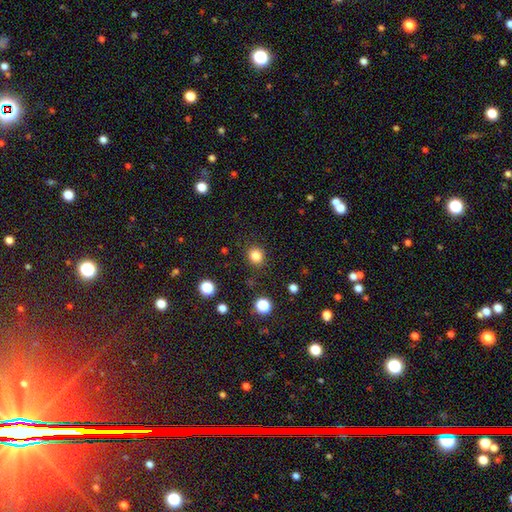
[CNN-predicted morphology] Smooth or featured?
  - smooth: 83% *
  - star or artifact: 13%
  - featured or disk: 4%
How rounded?
  - round: 85% *
  - in between: 15%
  - cigar-shaped: 1%
Merging?
  - none: 88% *
  - minor disturbance: 8%
  - major disturbance: 3%
  - merger: 2%